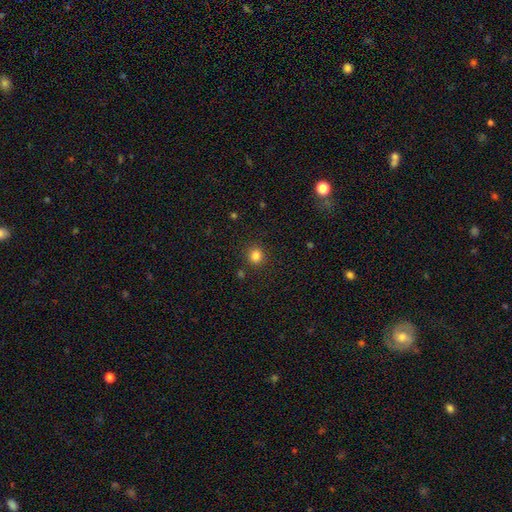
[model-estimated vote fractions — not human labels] This is clearly a smooth galaxy (83%). How rounded: clearly round (90%). Merging: clearly none (88%).